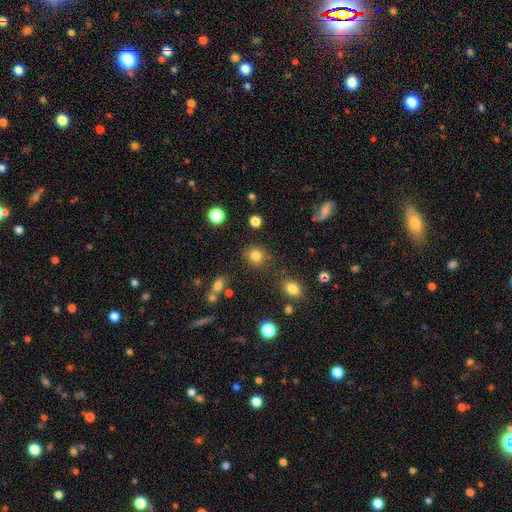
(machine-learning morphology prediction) Smooth or featured?
  - smooth: 81% *
  - star or artifact: 13%
  - featured or disk: 6%
How rounded?
  - round: 88% *
  - in between: 11%
  - cigar-shaped: 1%
Merging?
  - none: 85% *
  - minor disturbance: 9%
  - merger: 3%
  - major disturbance: 3%